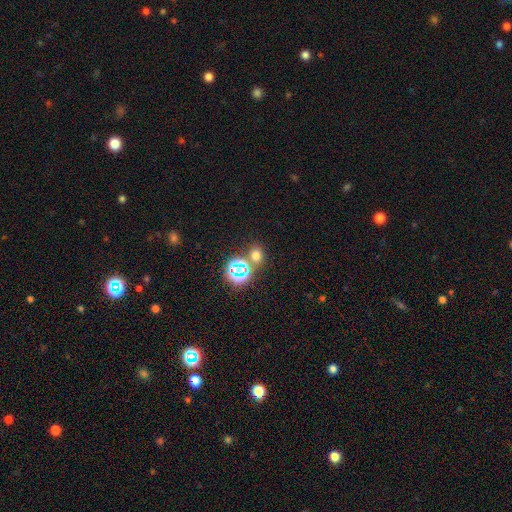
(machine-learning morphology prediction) Smooth or featured? smooth (59%)
How rounded? round (62%)
Merging? none (72%)